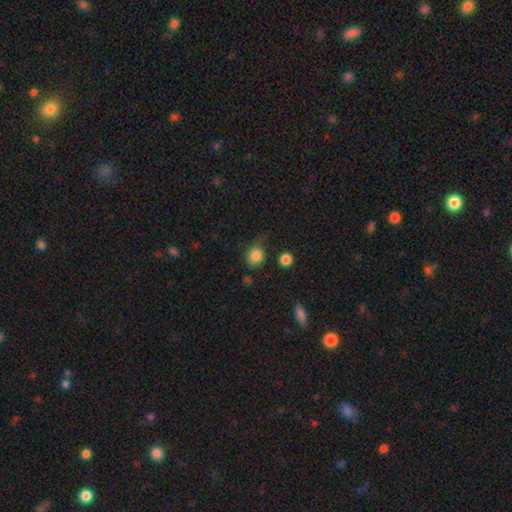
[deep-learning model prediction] Smooth or featured?
  - smooth: 84% *
  - star or artifact: 11%
  - featured or disk: 5%
How rounded?
  - round: 79% *
  - in between: 20%
  - cigar-shaped: 1%
Merging?
  - none: 62% *
  - minor disturbance: 25%
  - major disturbance: 9%
  - merger: 4%